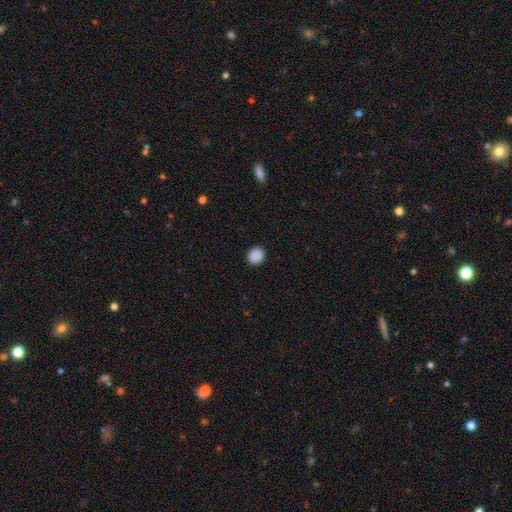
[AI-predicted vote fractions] This is clearly a smooth galaxy (89%). How rounded: likely round (72%). Merging: clearly none (90%).